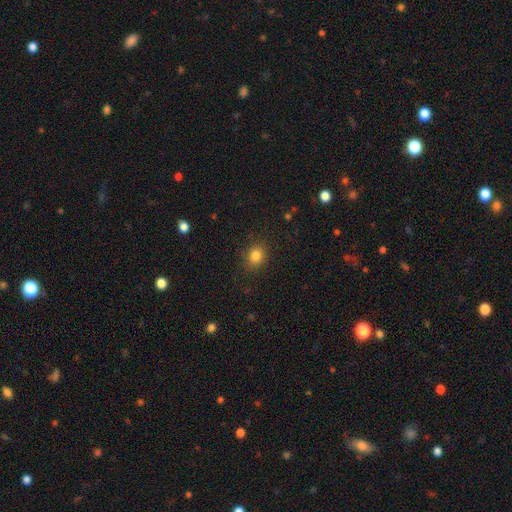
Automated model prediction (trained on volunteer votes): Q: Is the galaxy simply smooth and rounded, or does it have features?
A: smooth — 83%.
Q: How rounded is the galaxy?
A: round — 65%.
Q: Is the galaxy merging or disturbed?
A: none — 86%.